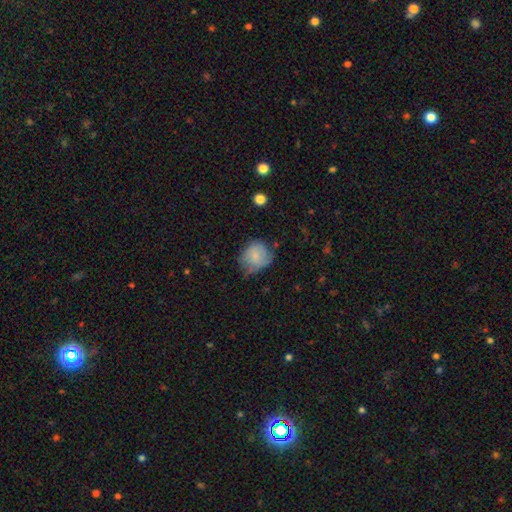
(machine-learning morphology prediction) This is likely a smooth galaxy (67%). How rounded: likely round (72%). Merging: possibly none (49%).